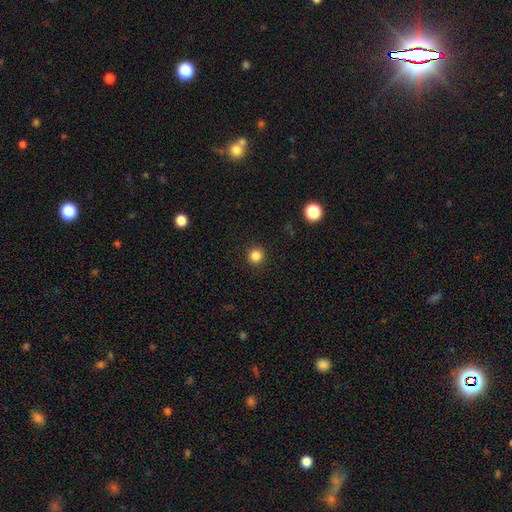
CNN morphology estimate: This is clearly a smooth galaxy (84%). How rounded: clearly round (93%). Merging: clearly none (92%).